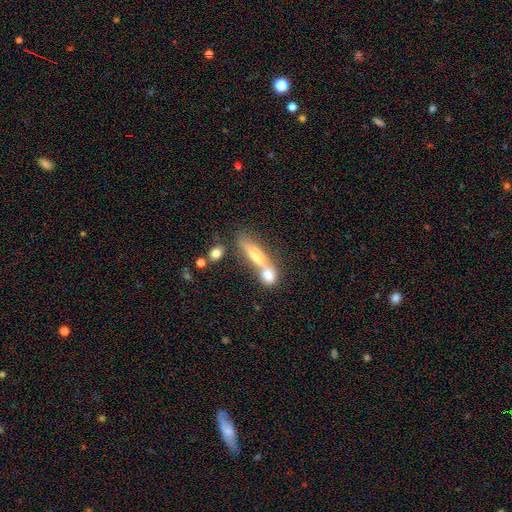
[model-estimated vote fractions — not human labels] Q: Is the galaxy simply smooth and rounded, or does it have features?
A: smooth — 61%.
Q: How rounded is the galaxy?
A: cigar-shaped — 60%.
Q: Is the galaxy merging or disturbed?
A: merger — 51%.